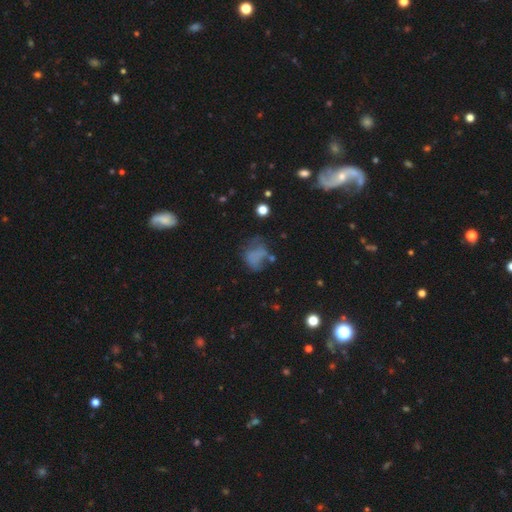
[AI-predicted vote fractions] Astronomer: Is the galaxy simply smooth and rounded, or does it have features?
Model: smooth — 59%.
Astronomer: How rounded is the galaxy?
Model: in between — 63%.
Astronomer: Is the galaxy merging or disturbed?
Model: none — 36% (runner-up: major disturbance, 31%).